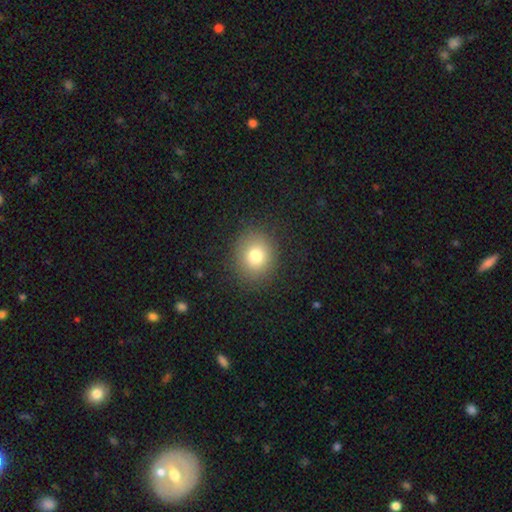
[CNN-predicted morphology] Smooth or featured?
  - smooth: 78% *
  - star or artifact: 12%
  - featured or disk: 10%
How rounded?
  - round: 78% *
  - in between: 21%
  - cigar-shaped: 1%
Merging?
  - none: 87% *
  - minor disturbance: 9%
  - major disturbance: 4%
  - merger: 1%